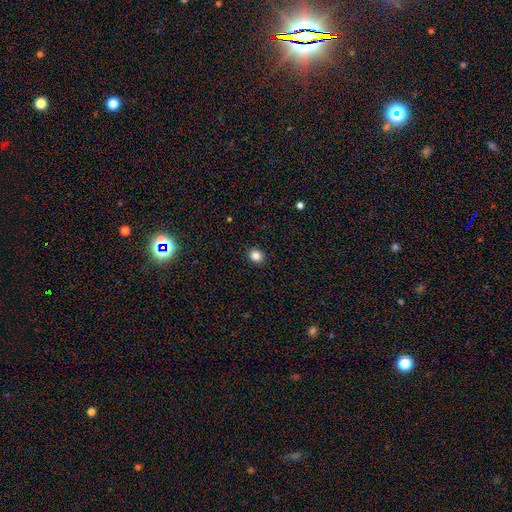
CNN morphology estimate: type=smooth (85%); roundness=round (71%); merging=none (91%).